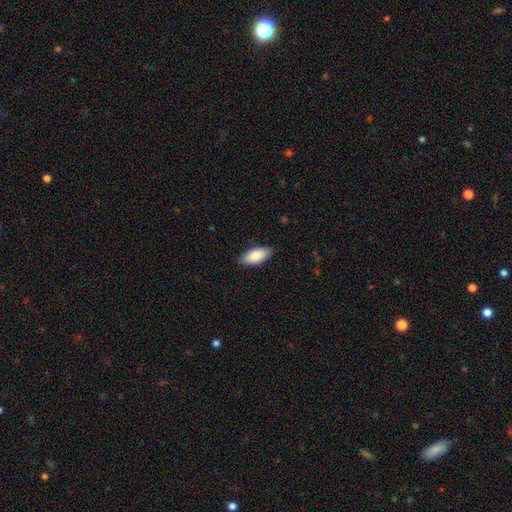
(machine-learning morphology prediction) This is clearly a smooth galaxy (87%). How rounded: clearly in between (89%). Merging: clearly none (85%).